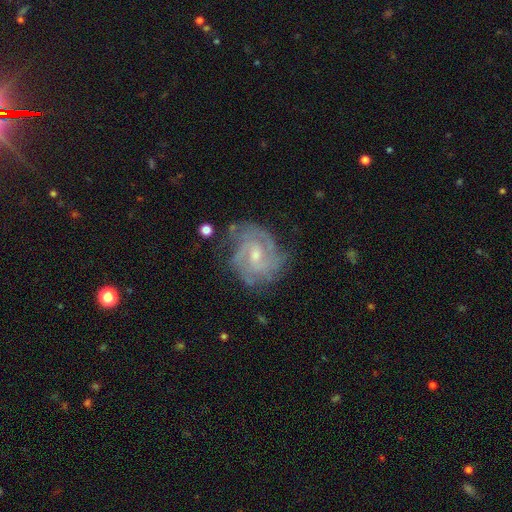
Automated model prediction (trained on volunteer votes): smooth_or_featured: featured or disk (p=0.86) [alt: smooth p=0.08]
disk_edge_on: no (p=0.98) [alt: yes p=0.02]
bar: weak (p=0.48) [alt: no p=0.43]
has_spiral_arms: yes (p=0.95) [alt: no p=0.05]
spiral_winding: tight (p=0.57) [alt: medium p=0.36]
spiral_arm_count: 2 (p=0.30) [alt: 3 p=0.27]
bulge_size: small (p=0.53) [alt: moderate p=0.43]
merging: none (p=0.69) [alt: minor disturbance p=0.20]